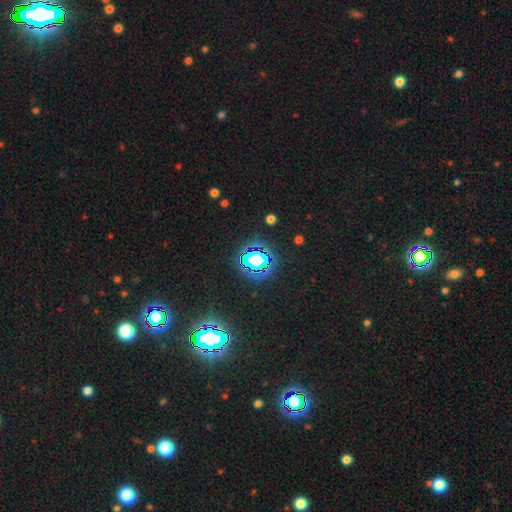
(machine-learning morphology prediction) smooth_or_featured: star or artifact (p=0.71) [alt: smooth p=0.18]